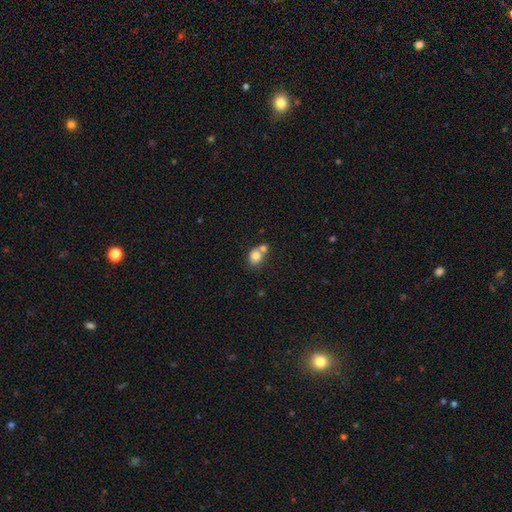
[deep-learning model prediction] Smooth or featured: smooth — 77% (featured or disk — 13%)
How rounded: round — 53% (in between — 46%)
Merging: merger — 48% (none — 38%)